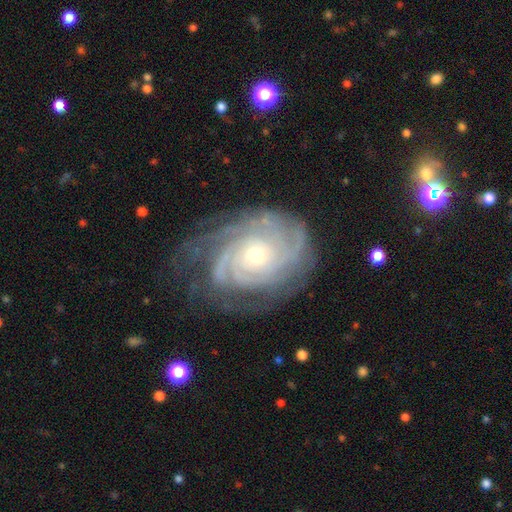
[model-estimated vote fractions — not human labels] A featured or disk galaxy (90%) with no bar (79%), tight (79%) spiral arms (98%) and a small central bulge (58%).

Vote fractions:
- Smooth or featured? featured or disk: 90% / star or artifact: 5% / smooth: 5%
- Edge-on disk? no: 97% / yes: 3%
- Bar? no: 79% / weak: 16% / strong: 5%
- Spiral arms? yes: 98% / no: 2%
- Spiral winding? tight: 79% / medium: 18% / loose: 3%
- Spiral arm count? can't tell: 25% / 4: 21% / 3: 21% / 2: 14% / more than 4: 13% / 1: 7%
- Bulge size? small: 58% / moderate: 39% / large: 2% / none: 1% / dominant: 1%
- Merging? none: 71% / minor disturbance: 19% / major disturbance: 9% / merger: 1%